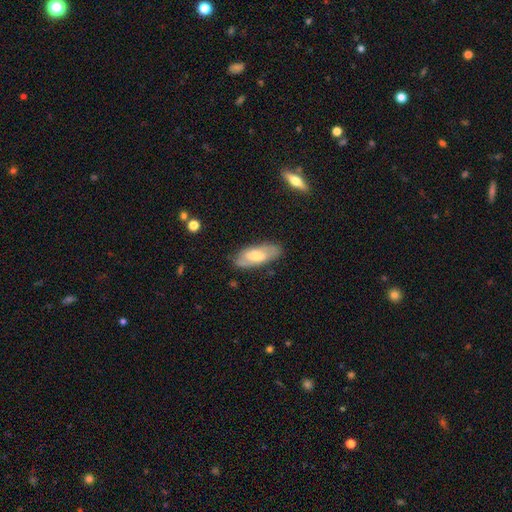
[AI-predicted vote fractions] A smooth galaxy with no disk features (52%) that is in between round and cigar-shaped (78%).

Vote fractions:
- Smooth or featured? smooth: 52% / featured or disk: 42% / star or artifact: 6%
- How rounded? in between: 78% / cigar-shaped: 19% / round: 2%
- Merging? none: 78% / minor disturbance: 16% / major disturbance: 4% / merger: 2%